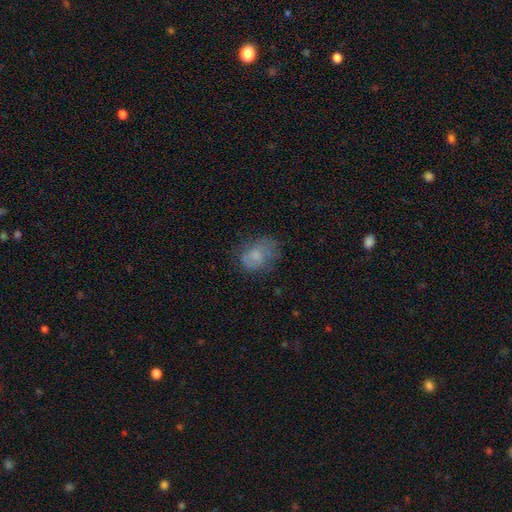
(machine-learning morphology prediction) This is likely a smooth galaxy (67%). How rounded: likely in between (66%). Merging: possibly none (54%).